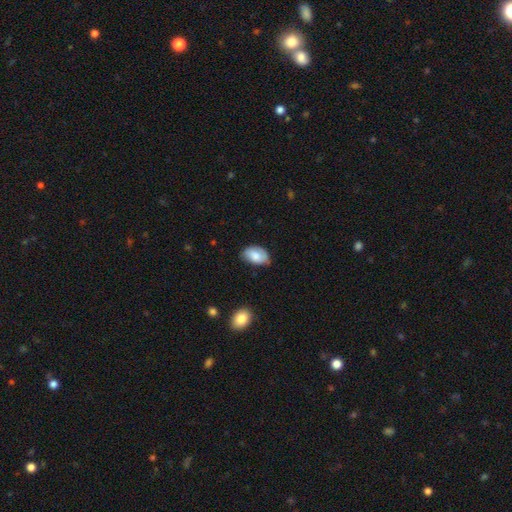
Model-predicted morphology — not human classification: Smooth or featured? Predicted: smooth (p=0.77). How rounded? Predicted: in between (p=0.92). Merging? Predicted: none (p=0.68).